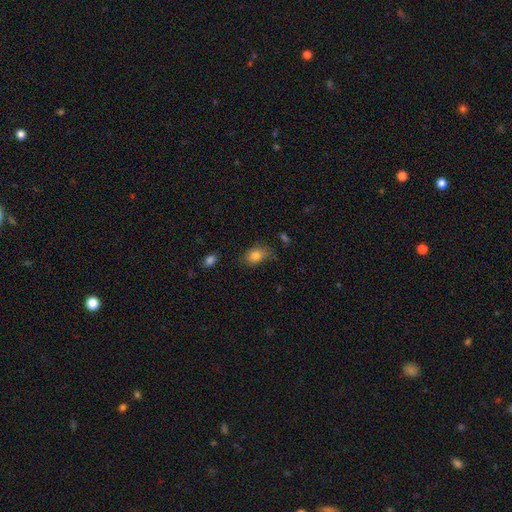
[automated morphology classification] This appears to be a smooth galaxy with no disk features (82%) that is in between round and cigar-shaped (77%). Merging: none (71%).